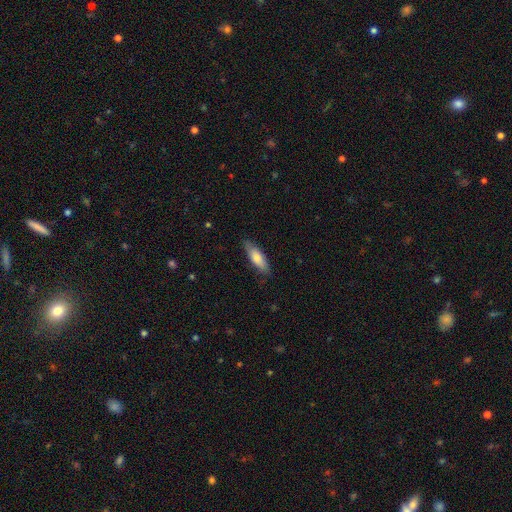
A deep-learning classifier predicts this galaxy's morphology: Smooth or featured? smooth (72%)
How rounded? cigar-shaped (49%, tied with in between)
Merging? none (82%)